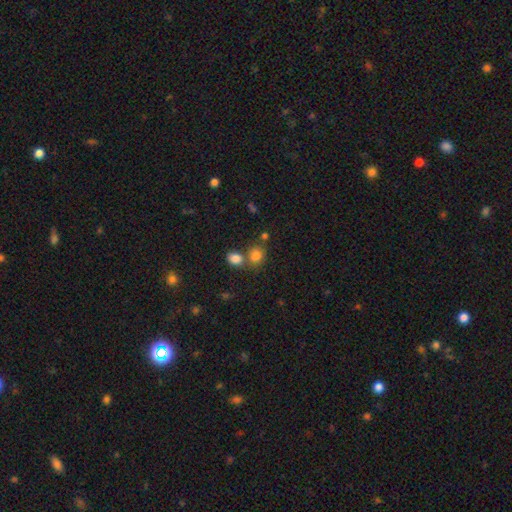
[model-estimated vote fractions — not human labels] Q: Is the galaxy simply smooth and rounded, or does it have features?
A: smooth — 80%.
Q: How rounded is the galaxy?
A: round — 57%.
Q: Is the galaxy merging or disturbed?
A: none — 49%.